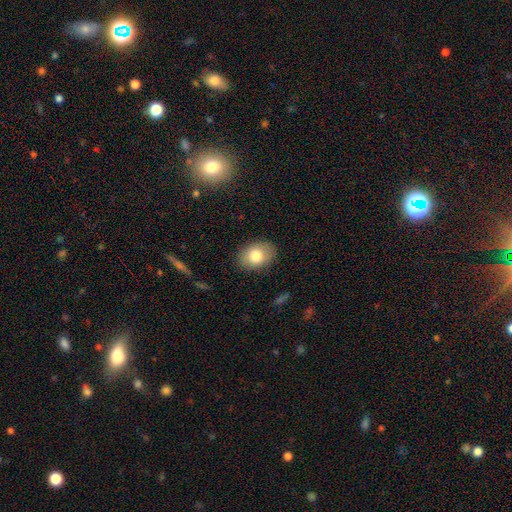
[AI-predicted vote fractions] Morphology: type=smooth (80%); roundness=in between (73%); merging=none (87%).